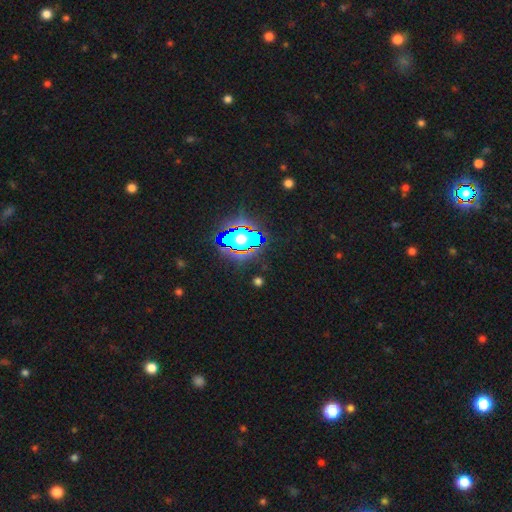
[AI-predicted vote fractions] A star or artifact, not a galaxy (76%).

Vote fractions:
- Smooth or featured? star or artifact: 76% / smooth: 14% / featured or disk: 10%